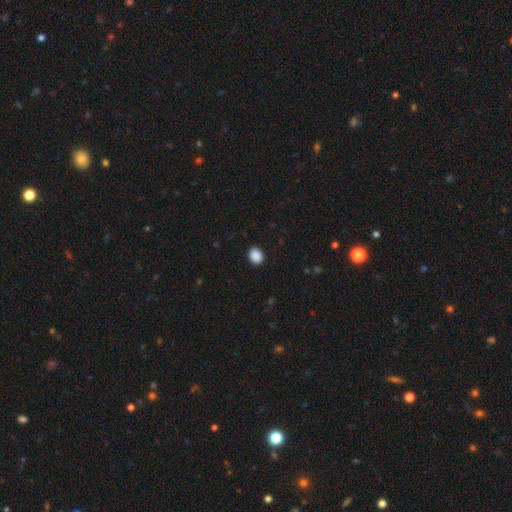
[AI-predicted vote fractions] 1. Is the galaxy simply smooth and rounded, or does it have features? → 89% smooth, 8% star or artifact, 2% featured or disk.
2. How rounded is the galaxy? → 54% in between, 45% round, 1% cigar-shaped.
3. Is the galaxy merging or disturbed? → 90% none, 7% minor disturbance, 2% major disturbance, 1% merger.